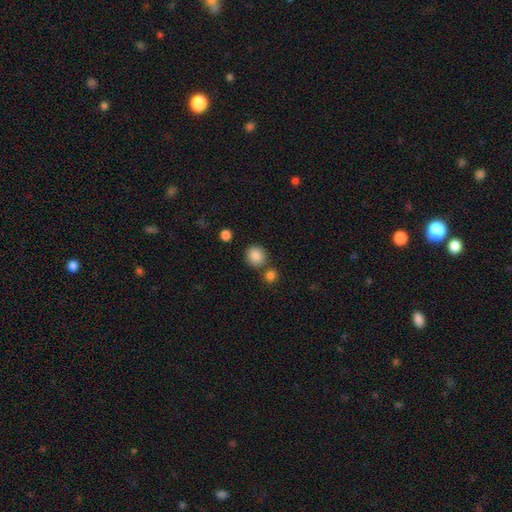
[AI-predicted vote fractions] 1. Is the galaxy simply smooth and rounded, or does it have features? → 87% smooth, 9% star or artifact, 4% featured or disk.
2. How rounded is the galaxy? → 86% round, 13% in between, 1% cigar-shaped.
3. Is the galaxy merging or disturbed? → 75% none, 13% merger, 9% minor disturbance, 3% major disturbance.